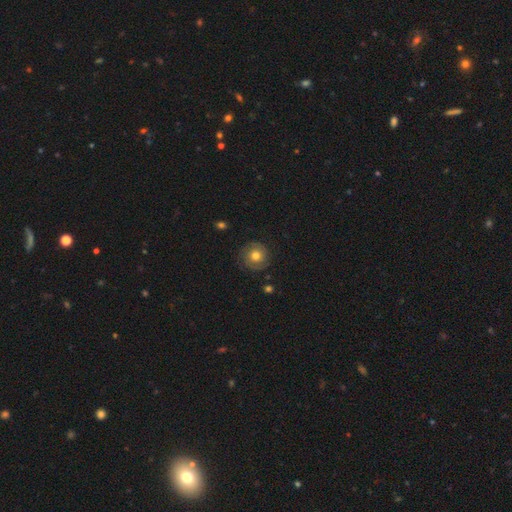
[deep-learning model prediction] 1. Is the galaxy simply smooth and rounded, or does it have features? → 53% featured or disk, 38% smooth, 9% star or artifact.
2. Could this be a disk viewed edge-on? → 97% no, 3% yes.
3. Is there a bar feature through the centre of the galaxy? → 82% no, 15% weak, 3% strong.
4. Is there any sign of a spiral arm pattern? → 79% yes, 21% no.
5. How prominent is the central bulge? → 73% moderate, 14% large, 10% small, 1% dominant, 1% none.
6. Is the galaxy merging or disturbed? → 84% none, 11% minor disturbance, 4% major disturbance, 1% merger.